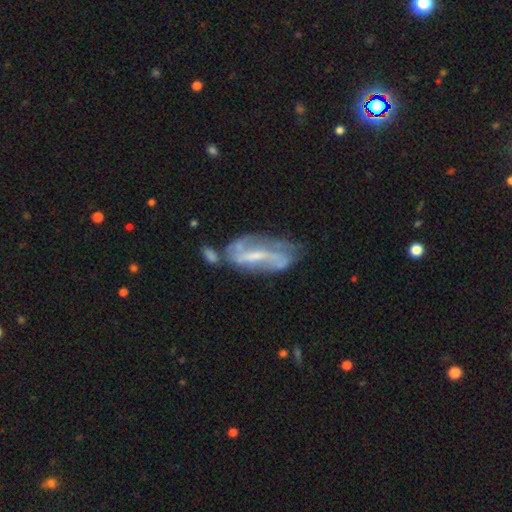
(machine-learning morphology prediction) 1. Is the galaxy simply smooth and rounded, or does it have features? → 76% featured or disk, 16% smooth, 8% star or artifact.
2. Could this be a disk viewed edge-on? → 89% no, 11% yes.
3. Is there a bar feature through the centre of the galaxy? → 39% weak (tied), 39% strong (tied), 22% no.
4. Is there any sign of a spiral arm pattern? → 81% yes, 19% no.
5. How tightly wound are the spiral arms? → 42% loose, 36% medium, 22% tight.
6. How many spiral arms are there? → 64% 2, 22% can't tell, 6% 3, 5% 1, 2% 4, 2% more than 4.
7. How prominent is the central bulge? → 54% small, 28% moderate, 15% none, 2% large, 1% dominant.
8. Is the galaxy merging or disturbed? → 42% none, 24% minor disturbance, 17% major disturbance, 17% merger.